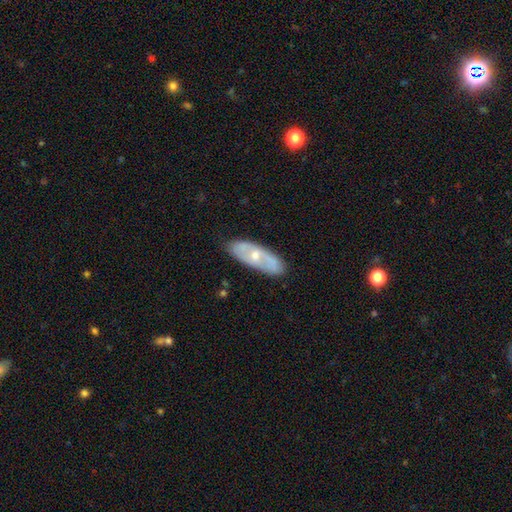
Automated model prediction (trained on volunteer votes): smooth_or_featured: featured or disk (p=0.59) [alt: smooth p=0.35]
disk_edge_on: no (p=0.78) [alt: yes p=0.22]
merging: none (p=0.81) [alt: minor disturbance p=0.14]